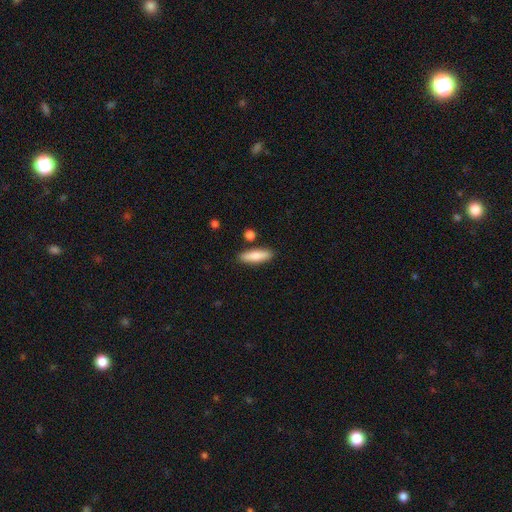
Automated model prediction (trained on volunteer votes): smooth 80%, featured or disk 14%, star or artifact 6%. Down the decision tree: how rounded — cigar-shaped (57%); merging — none (85%).